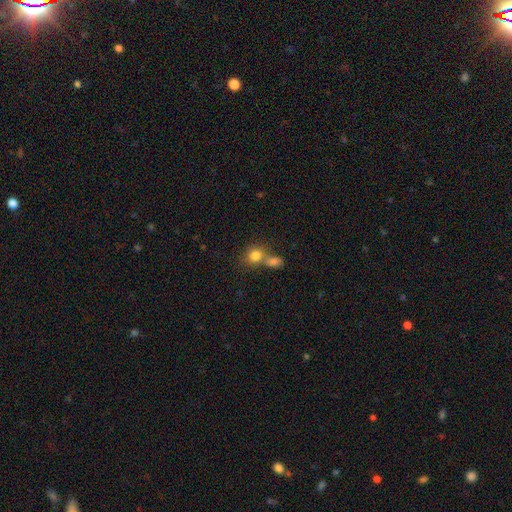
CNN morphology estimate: Smooth or featured?
  - smooth: 80% *
  - star or artifact: 11%
  - featured or disk: 9%
How rounded?
  - round: 75% *
  - in between: 23%
  - cigar-shaped: 1%
Merging?
  - merger: 47% *
  - none: 40%
  - minor disturbance: 9%
  - major disturbance: 4%